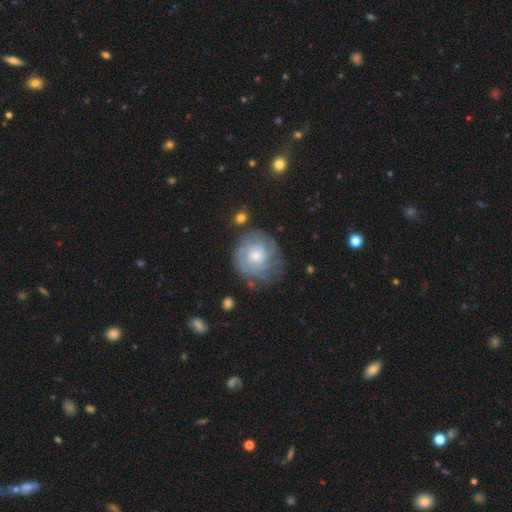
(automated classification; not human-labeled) This appears to be a featured or disk galaxy (69%) with no bar (75%), tight (68%) spiral arms (86%) and a small central bulge (50%). Merging: none (69%).